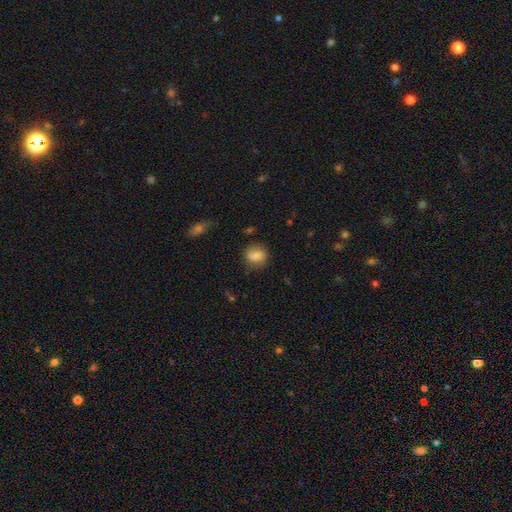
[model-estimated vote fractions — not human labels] smooth 73%, featured or disk 18%, star or artifact 9%. Down the decision tree: how rounded — round (68%); merging — none (71%).